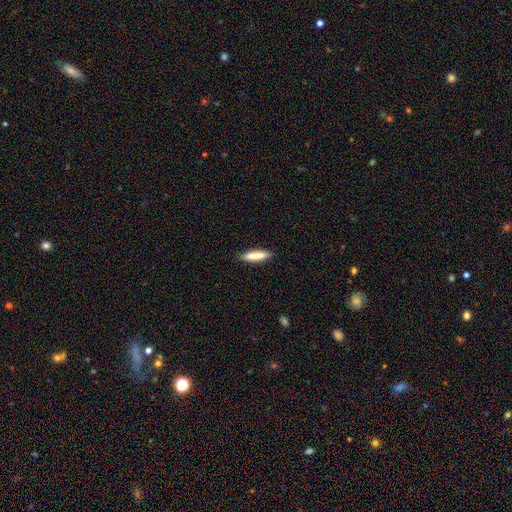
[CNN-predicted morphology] This is clearly a smooth galaxy (83%). How rounded: clearly cigar-shaped (80%). Merging: clearly none (89%).